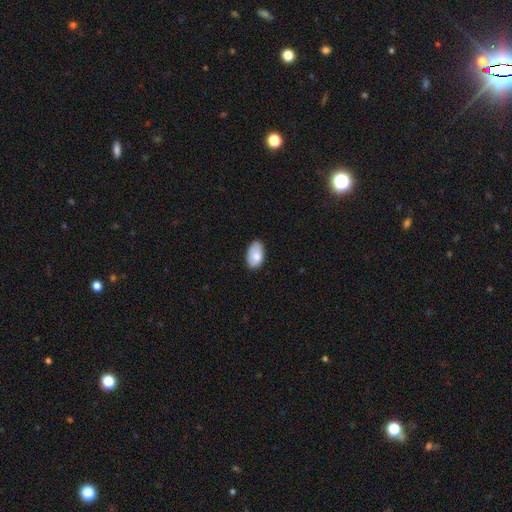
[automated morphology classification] A smooth galaxy with no disk features (80%) that is in between round and cigar-shaped (94%).

Vote fractions:
- Smooth or featured? smooth: 80% / featured or disk: 14% / star or artifact: 6%
- How rounded? in between: 94% / round: 5% / cigar-shaped: 1%
- Merging? none: 75% / minor disturbance: 20% / major disturbance: 3% / merger: 1%